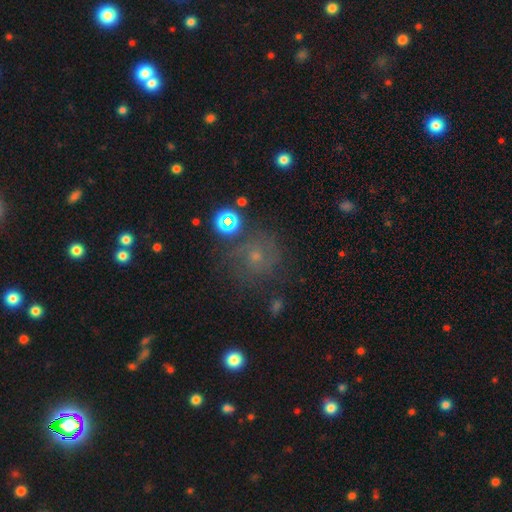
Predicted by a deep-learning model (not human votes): Smooth or featured?
  - smooth: 38% *
  - featured or disk: 31%
  - star or artifact: 31%
Merging?
  - none: 71% *
  - minor disturbance: 15%
  - major disturbance: 9%
  - merger: 5%